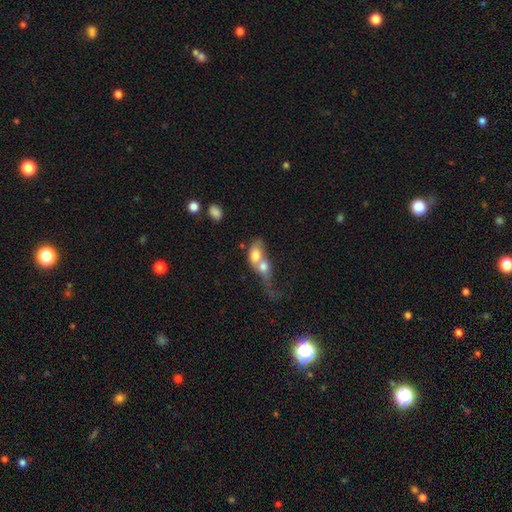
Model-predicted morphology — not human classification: smooth 69%, featured or disk 24%, star or artifact 8%. Down the decision tree: how rounded — in between (71%); merging — merger (80%).